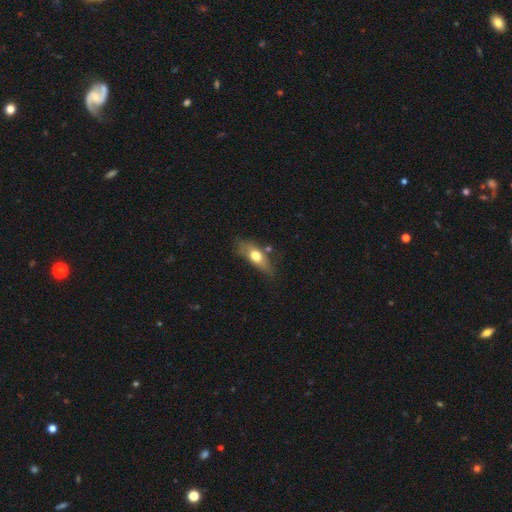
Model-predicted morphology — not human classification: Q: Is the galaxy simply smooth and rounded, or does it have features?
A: smooth — 61%.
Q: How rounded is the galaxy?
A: in between — 65%.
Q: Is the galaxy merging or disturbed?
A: none — 54%.